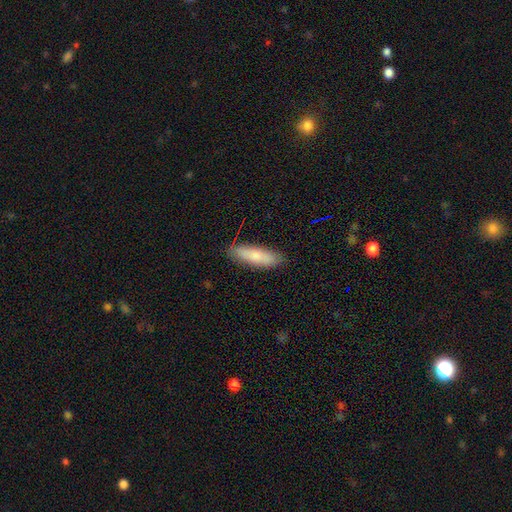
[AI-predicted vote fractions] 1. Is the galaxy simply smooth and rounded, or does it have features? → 80% smooth, 15% featured or disk, 6% star or artifact.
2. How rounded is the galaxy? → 60% cigar-shaped, 38% in between, 2% round.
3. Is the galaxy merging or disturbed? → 84% none, 13% minor disturbance, 2% major disturbance, 1% merger.